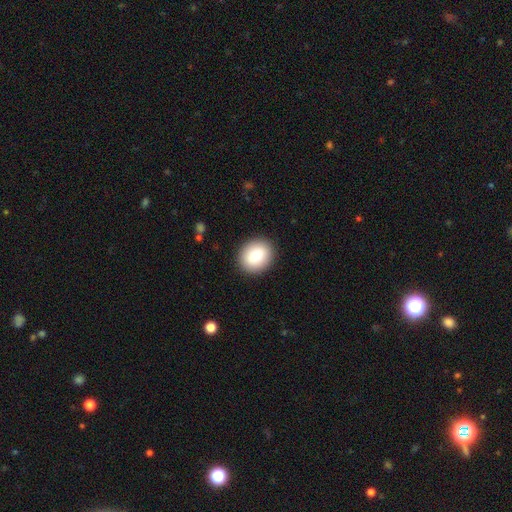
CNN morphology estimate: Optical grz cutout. It shows a smooth galaxy with no disk features (78%) that is round (68%). Merging: none (91%).